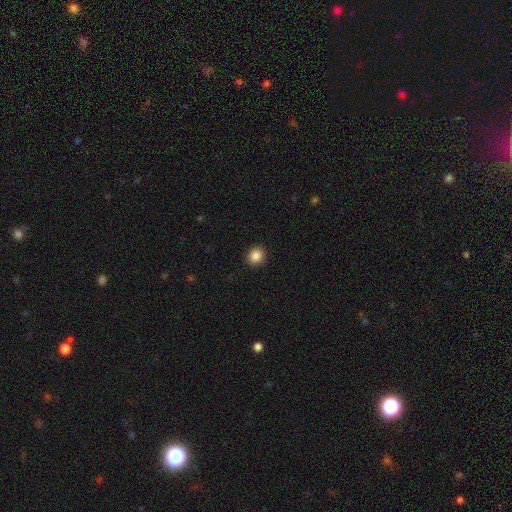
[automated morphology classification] This appears to be a smooth galaxy with no disk features (87%) that is round (77%). Merging: none (91%).